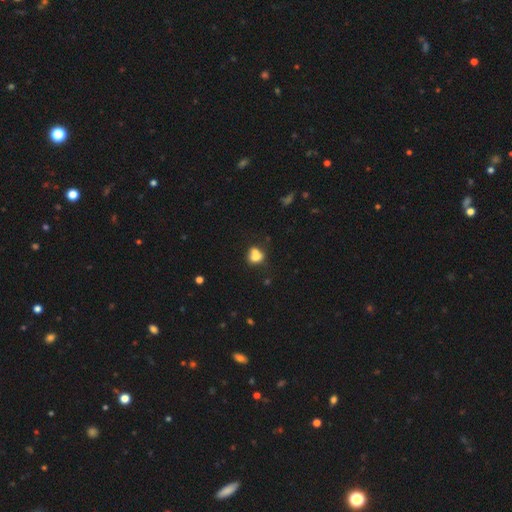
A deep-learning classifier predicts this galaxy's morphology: Smooth or featured? Predicted: smooth (p=0.71). How rounded? Predicted: round (p=0.61). Merging? Predicted: merger (p=0.51).